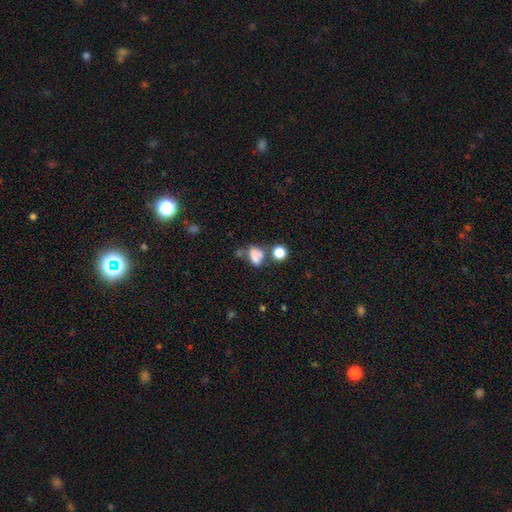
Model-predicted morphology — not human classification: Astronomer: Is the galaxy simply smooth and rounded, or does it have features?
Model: smooth — 67%.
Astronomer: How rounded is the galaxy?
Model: in between — 68%.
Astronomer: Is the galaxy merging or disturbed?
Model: merger — 35% (runner-up: none, 33%).